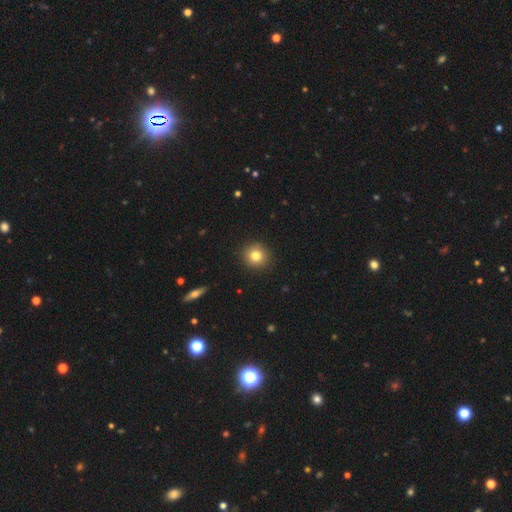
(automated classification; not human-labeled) This appears to be a smooth galaxy with no disk features (81%) that is round (91%). Merging: none (91%).